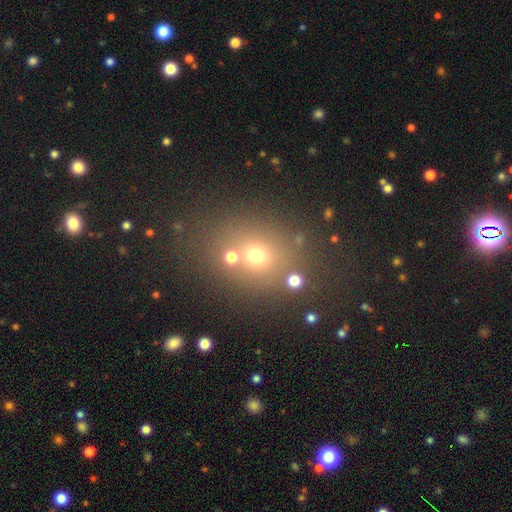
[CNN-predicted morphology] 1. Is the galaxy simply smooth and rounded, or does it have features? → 62% smooth, 25% star or artifact, 13% featured or disk.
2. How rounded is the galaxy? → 69% round, 30% in between, 1% cigar-shaped.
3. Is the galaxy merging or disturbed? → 70% none, 14% merger, 11% minor disturbance, 5% major disturbance.